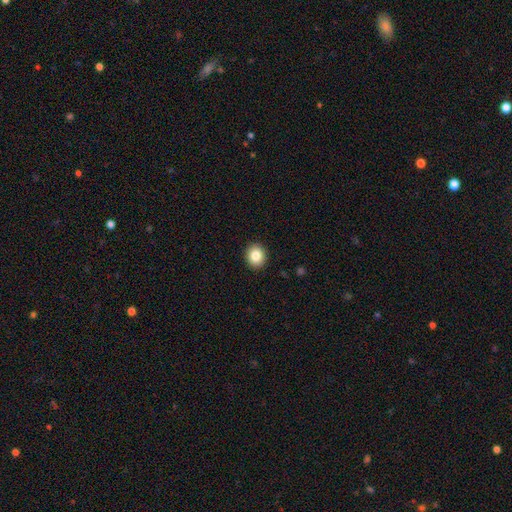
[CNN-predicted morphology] type=smooth (84%); roundness=round (70%); merging=none (92%).